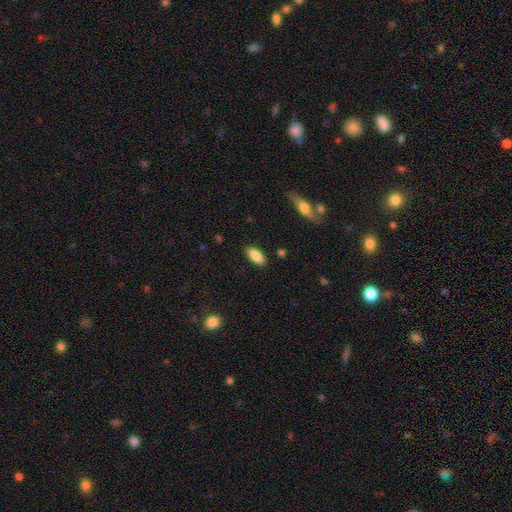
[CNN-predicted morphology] type=smooth (87%); roundness=in between (86%); merging=none (87%).